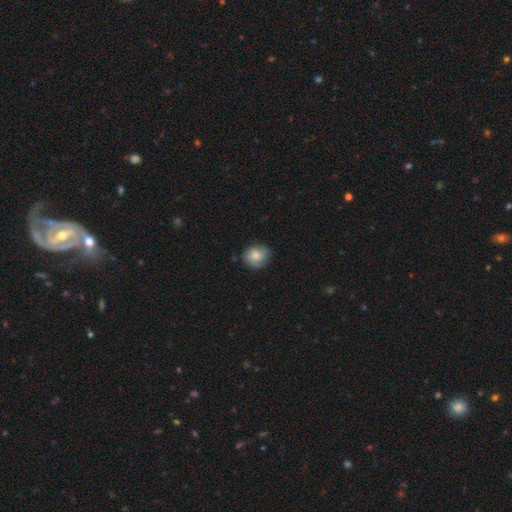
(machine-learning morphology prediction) Overall: smooth (77%). How rounded: round (72%). Merging: none (75%).